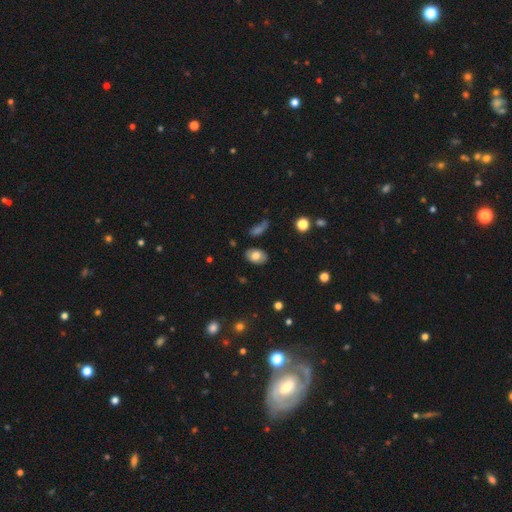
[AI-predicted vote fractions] Overall: smooth (76%). How rounded: in between (86%). Merging: none (83%).